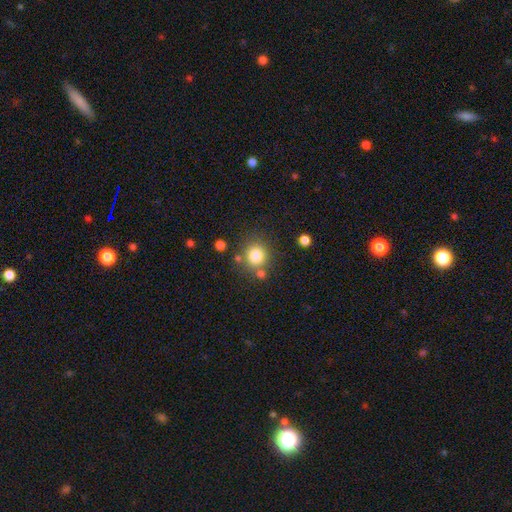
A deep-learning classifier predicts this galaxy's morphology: A smooth galaxy with no disk features (80%) that is round (87%). Merging: none (75%).